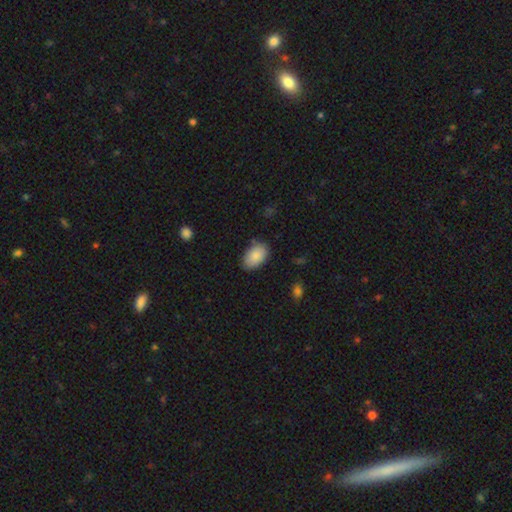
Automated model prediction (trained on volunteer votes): smooth-or-featured: smooth: 87% | star or artifact: 6% | featured or disk: 6%
  how-rounded: in between: 92% | round: 7% | cigar-shaped: 1%
  merging: none: 80% | minor disturbance: 15% | major disturbance: 3% | merger: 2%